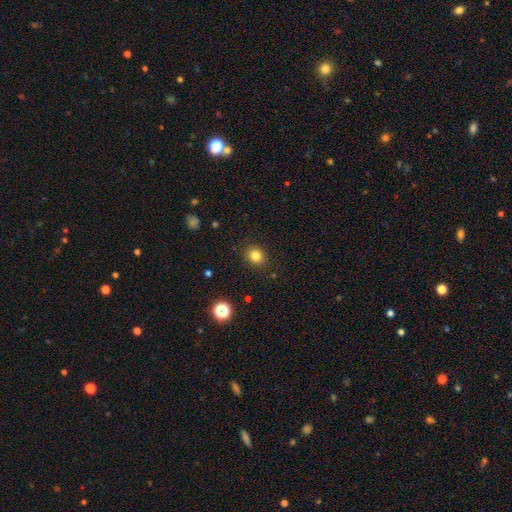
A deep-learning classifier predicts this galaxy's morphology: Smooth or featured? smooth (82%)
How rounded? round (71%)
Merging? none (89%)